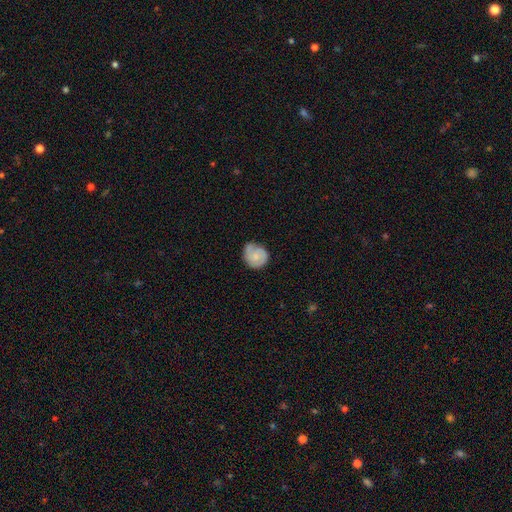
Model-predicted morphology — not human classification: smooth_or_featured: featured or disk (p=0.49) [alt: smooth p=0.44]
merging: none (p=0.63) [alt: minor disturbance p=0.28]